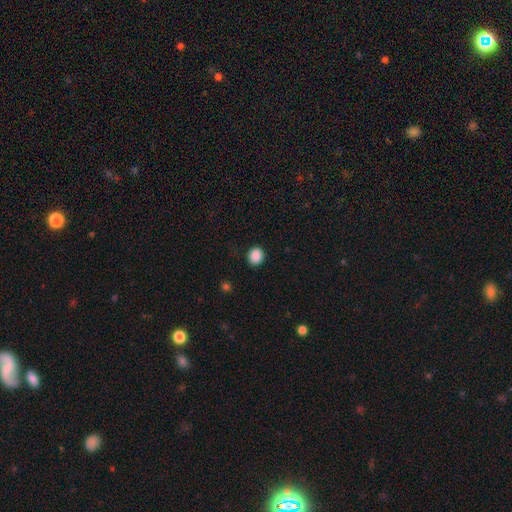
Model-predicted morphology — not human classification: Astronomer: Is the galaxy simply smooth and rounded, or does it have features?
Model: smooth — 89%.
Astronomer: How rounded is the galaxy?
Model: round — 72%.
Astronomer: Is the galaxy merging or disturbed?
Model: none — 90%.